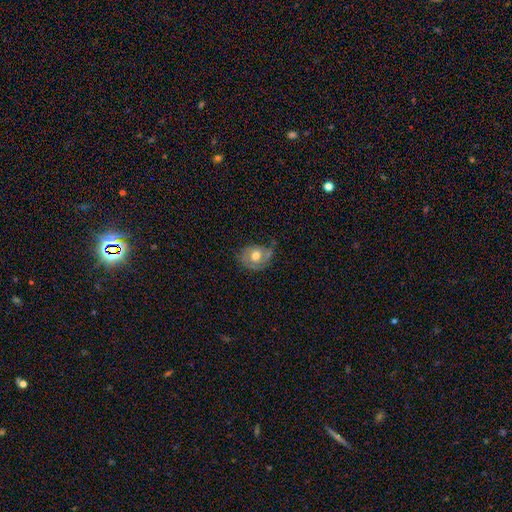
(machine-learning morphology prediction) Q: Smooth or featured?
A: smooth (48%); runner-up: featured or disk (45%)
Q: Merging?
A: none (51%); runner-up: minor disturbance (31%)